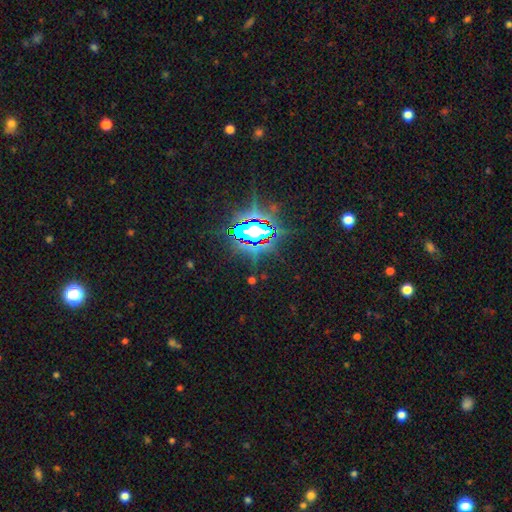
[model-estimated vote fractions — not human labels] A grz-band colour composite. It shows a star or artifact, not a galaxy (83%).